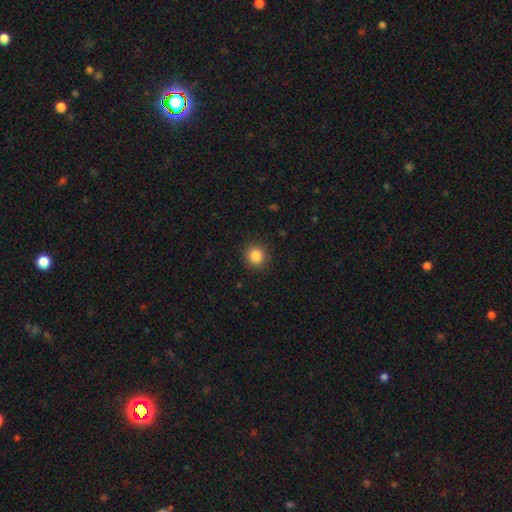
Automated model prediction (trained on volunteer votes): The model was most divided on "smooth or featured": smooth: 86%, star or artifact: 10%, featured or disk: 4%. More confident: how rounded — round (91%); merging — none (90%).